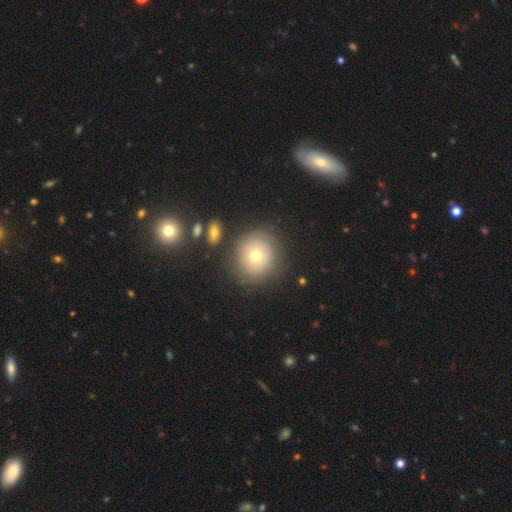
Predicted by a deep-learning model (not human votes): smooth_or_featured: smooth (p=0.67) [alt: featured or disk p=0.21]
how_rounded: round (p=0.87) [alt: in between p=0.12]
merging: none (p=0.82) [alt: minor disturbance p=0.11]